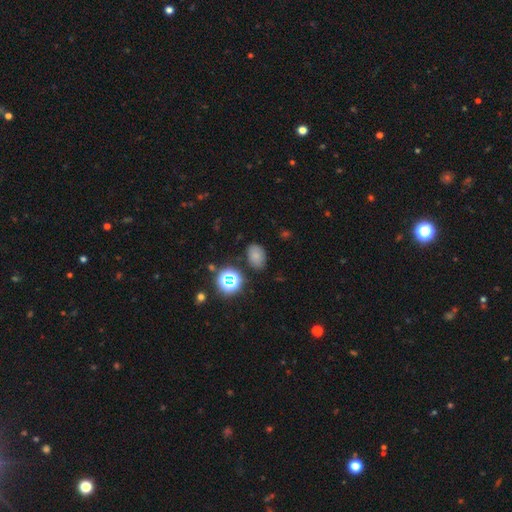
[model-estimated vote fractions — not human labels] Smooth or featured? smooth (72%)
How rounded? in between (78%)
Merging? none (78%)